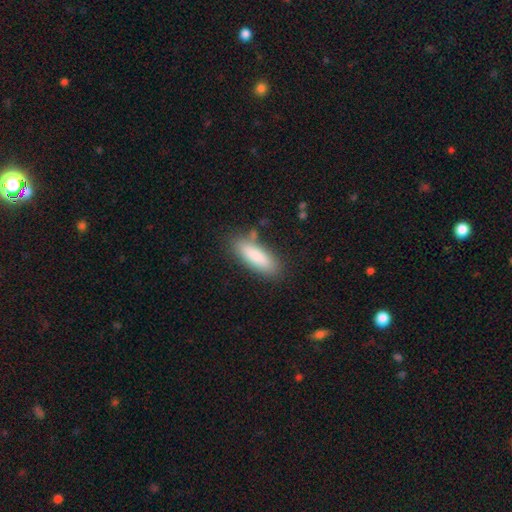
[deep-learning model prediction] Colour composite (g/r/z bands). It shows a smooth galaxy with no disk features (86%) that is in between round and cigar-shaped (53%). Merging: none (80%).